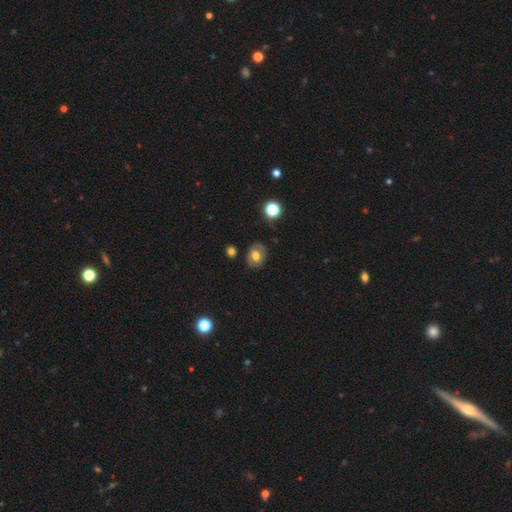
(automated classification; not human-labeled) A smooth galaxy with no disk features (61%) that is in between round and cigar-shaped (58%). Merging: none (77%).